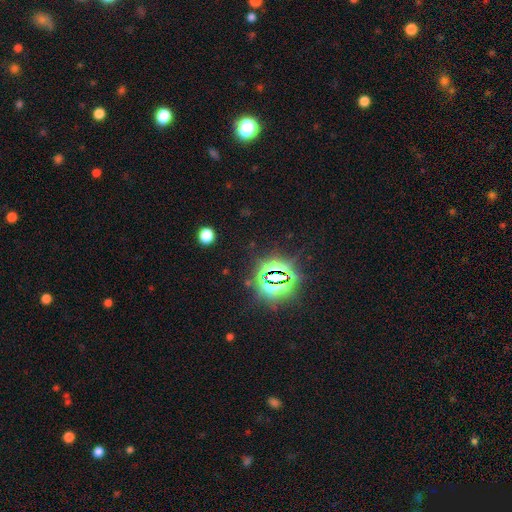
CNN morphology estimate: star or artifact 80%, smooth 12%, featured or disk 7%.